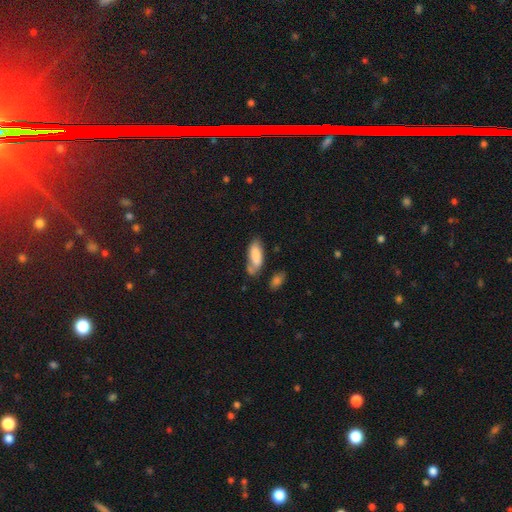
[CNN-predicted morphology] smooth_or_featured: smooth (p=0.79) [alt: featured or disk p=0.14]
how_rounded: in between (p=0.75) [alt: cigar-shaped p=0.24]
merging: none (p=0.46) [alt: minor disturbance p=0.27]